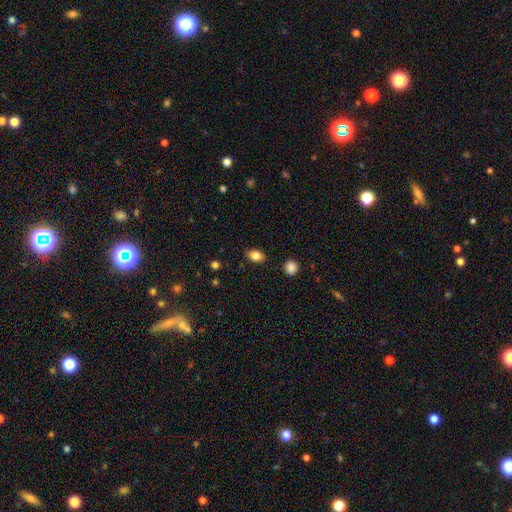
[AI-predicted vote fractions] The model was most divided on "how rounded": in between: 78%, round: 20%, cigar-shaped: 2%. More confident: merging — none (86%); smooth or featured — smooth (84%).